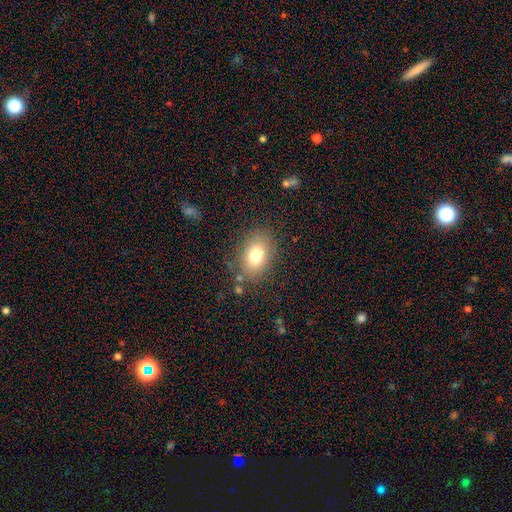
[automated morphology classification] Smooth or featured? smooth (76%)
How rounded? in between (73%)
Merging? none (80%)